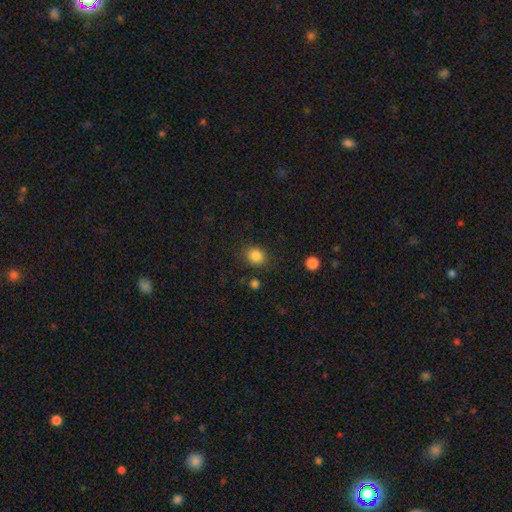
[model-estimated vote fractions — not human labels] smooth_or_featured: smooth (p=0.85) [alt: star or artifact p=0.11]
how_rounded: round (p=0.59) [alt: in between p=0.40]
merging: none (p=0.81) [alt: minor disturbance p=0.12]